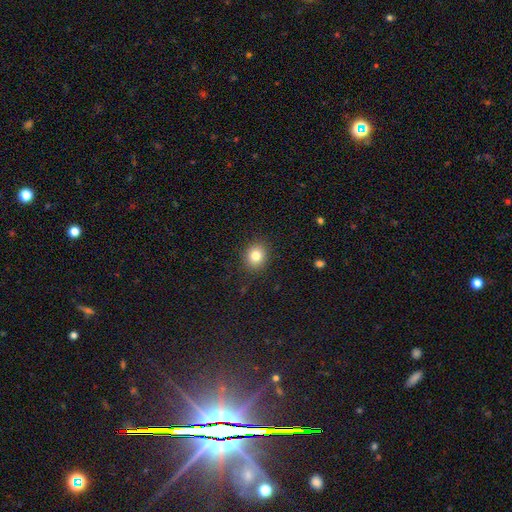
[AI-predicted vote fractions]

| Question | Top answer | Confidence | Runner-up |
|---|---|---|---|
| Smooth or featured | smooth | 81% | star or artifact (11%) |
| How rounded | round | 72% | in between (27%) |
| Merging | none | 89% | minor disturbance (8%) |